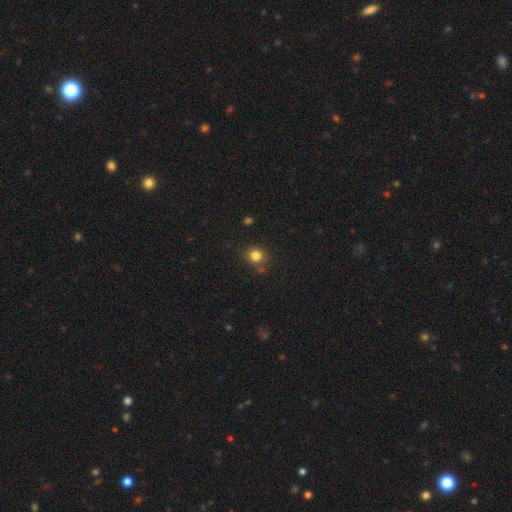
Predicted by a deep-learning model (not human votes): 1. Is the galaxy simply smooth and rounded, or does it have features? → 81% smooth, 13% star or artifact, 5% featured or disk.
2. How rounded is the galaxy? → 87% round, 12% in between, 1% cigar-shaped.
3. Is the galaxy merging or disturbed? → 80% none, 11% minor disturbance, 7% merger, 3% major disturbance.